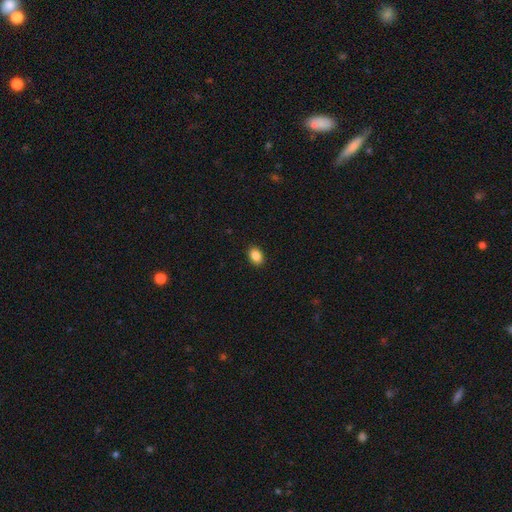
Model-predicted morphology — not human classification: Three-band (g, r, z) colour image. It shows a smooth galaxy with no disk features (88%) that is in between round and cigar-shaped (74%). Merging: none (90%).